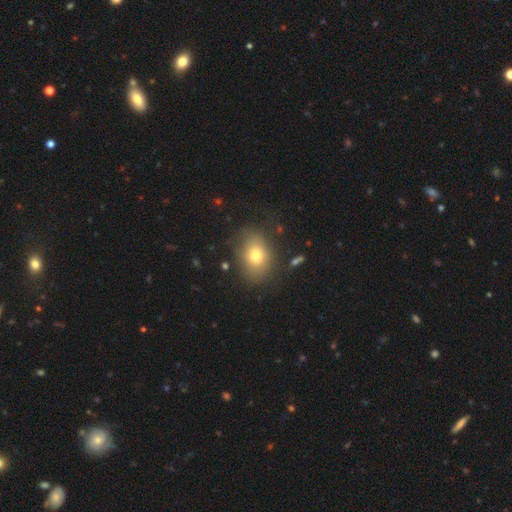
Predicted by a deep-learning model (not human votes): smooth_or_featured: smooth (p=0.73) [alt: featured or disk p=0.16]
how_rounded: in between (p=0.67) [alt: round p=0.31]
merging: none (p=0.75) [alt: minor disturbance p=0.16]